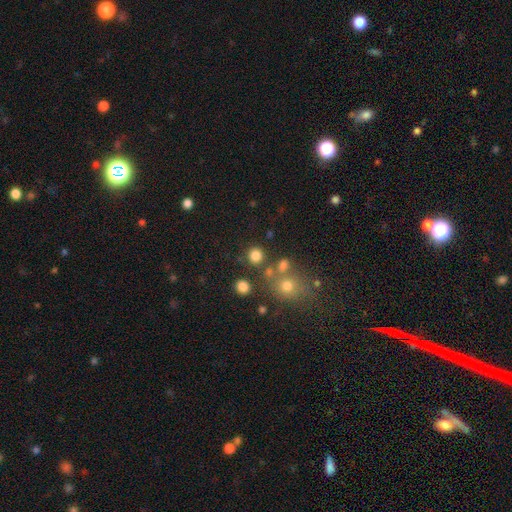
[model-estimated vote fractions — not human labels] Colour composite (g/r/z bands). It shows a smooth galaxy with no disk features (79%) that is round (90%). Merging: none (79%).